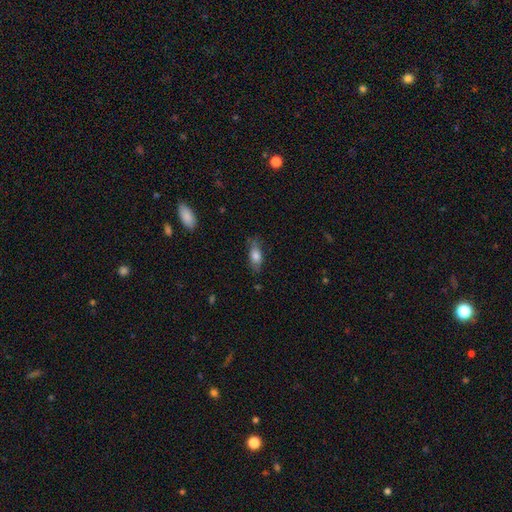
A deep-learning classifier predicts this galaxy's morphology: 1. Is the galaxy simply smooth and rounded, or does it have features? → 73% smooth, 19% featured or disk, 7% star or artifact.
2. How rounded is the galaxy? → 73% in between, 23% cigar-shaped, 4% round.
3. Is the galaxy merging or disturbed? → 74% none, 19% minor disturbance, 5% major disturbance, 2% merger.